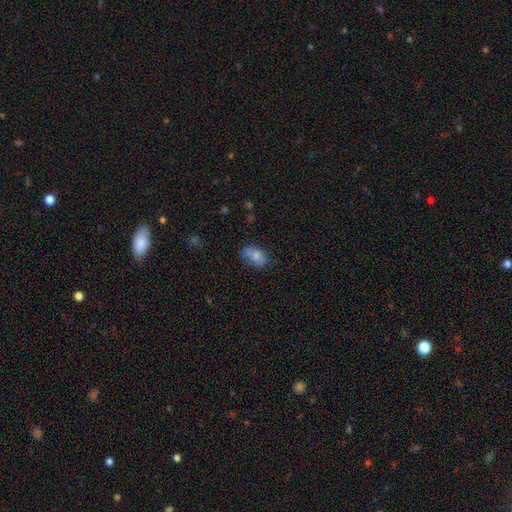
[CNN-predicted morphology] This appears to be a smooth galaxy with no disk features (76%) that is in between round and cigar-shaped (84%). Merging: none (53%).